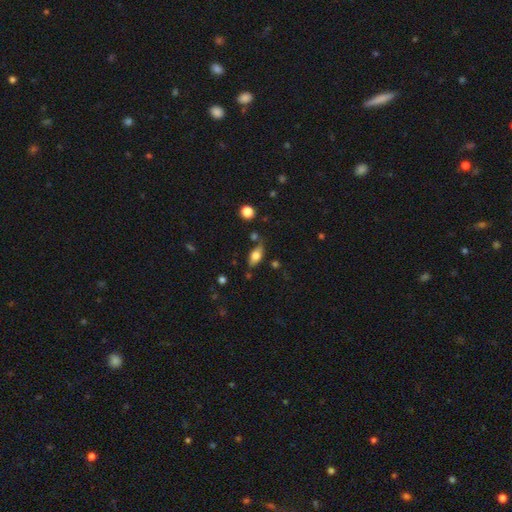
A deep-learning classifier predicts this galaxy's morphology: type=smooth (67%); roundness=in between (84%); merging=none (71%).